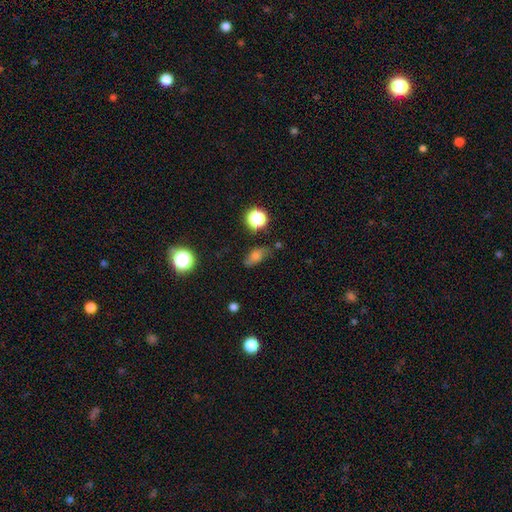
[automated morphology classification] Q: Smooth or featured?
A: smooth (65%); runner-up: featured or disk (18%)
Q: How rounded?
A: in between (73%); runner-up: round (17%)
Q: Merging?
A: none (65%); runner-up: minor disturbance (25%)